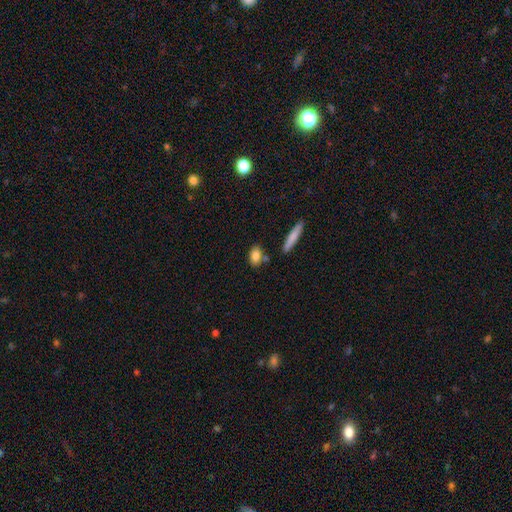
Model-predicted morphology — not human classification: This is clearly a smooth galaxy (82%). How rounded: likely in between (78%). Merging: likely none (71%).